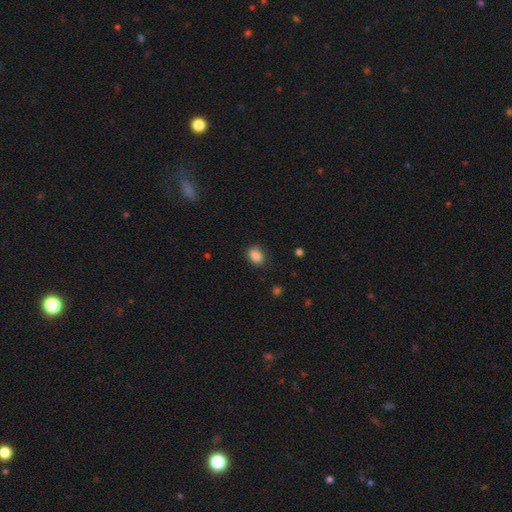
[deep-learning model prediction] smooth 88%, star or artifact 9%, featured or disk 3%. Down the decision tree: how rounded — in between (73%); merging — none (84%).